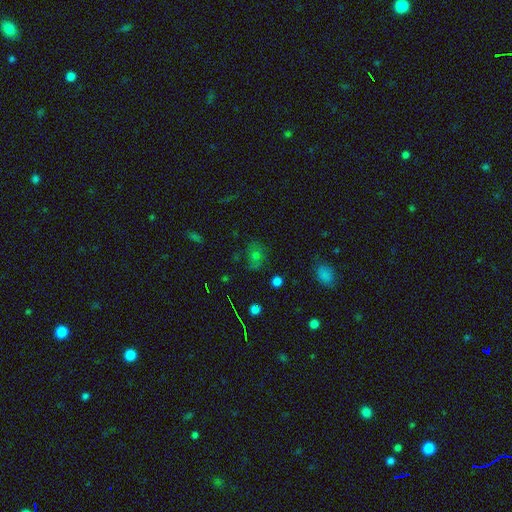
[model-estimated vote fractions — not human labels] Smooth or featured: smooth — 54% (star or artifact — 31%)
How rounded: round — 53% (in between — 45%)
Merging: none — 69% (minor disturbance — 20%)